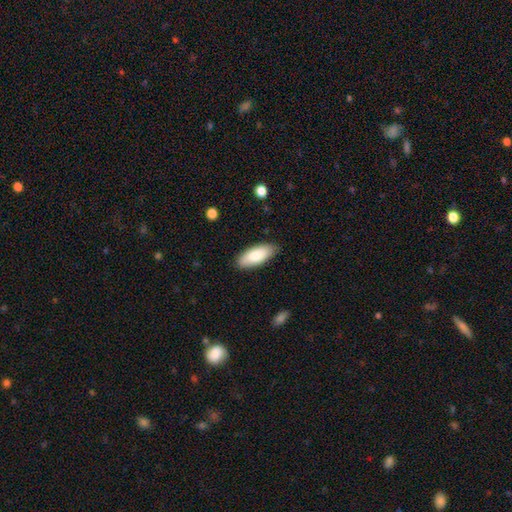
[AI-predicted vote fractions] Overall: smooth (82%). How rounded: in between (80%). Merging: none (86%).